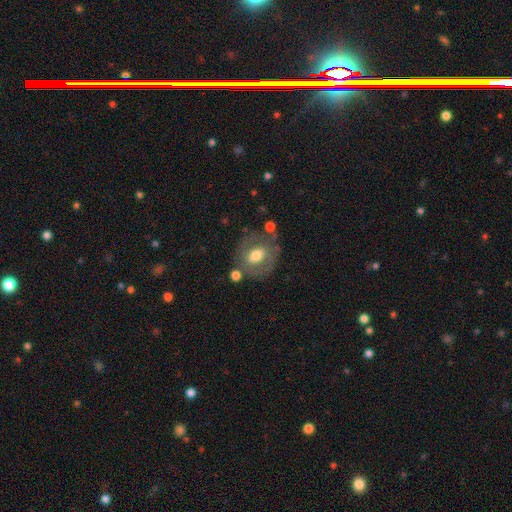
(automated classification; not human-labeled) smooth-or-featured: featured or disk: 47% | smooth: 45% | star or artifact: 8%
  merging: none: 65% | minor disturbance: 18% | major disturbance: 9% | merger: 8%